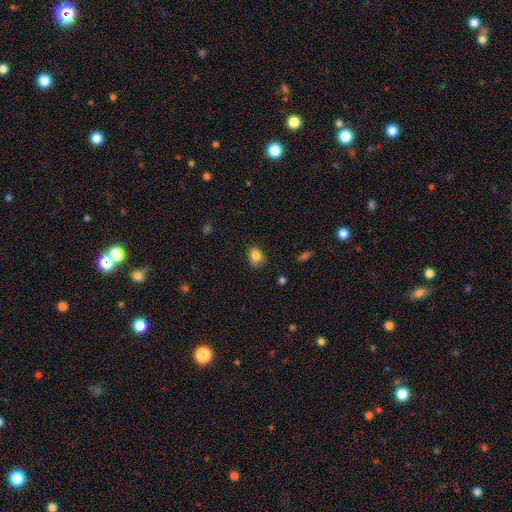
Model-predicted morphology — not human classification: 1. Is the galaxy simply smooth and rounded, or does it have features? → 85% smooth, 10% star or artifact, 6% featured or disk.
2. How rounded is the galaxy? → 59% in between, 40% round, 1% cigar-shaped.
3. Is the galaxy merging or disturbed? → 75% none, 19% minor disturbance, 4% major disturbance, 1% merger.